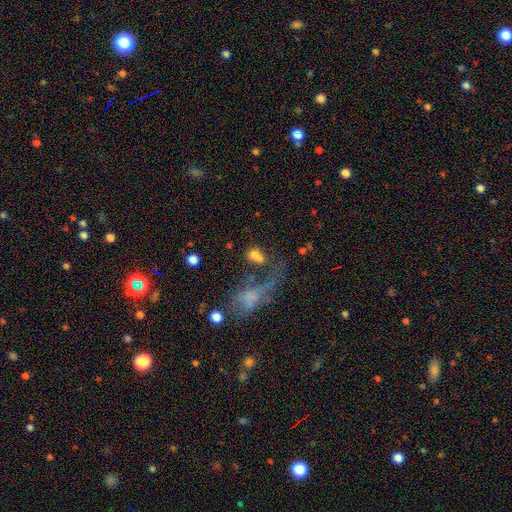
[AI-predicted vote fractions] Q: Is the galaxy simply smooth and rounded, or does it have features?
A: smooth — 64%.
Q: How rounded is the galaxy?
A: in between — 66%.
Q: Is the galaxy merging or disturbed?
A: merger — 36%.